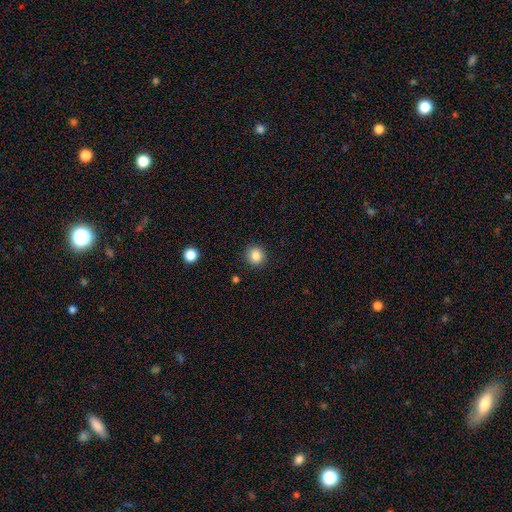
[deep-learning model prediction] Smooth or featured? smooth (85%)
How rounded? round (91%)
Merging? none (91%)